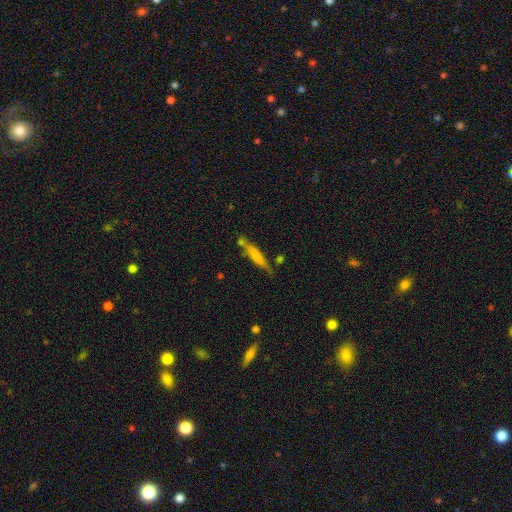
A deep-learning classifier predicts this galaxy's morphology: smooth_or_featured: smooth (p=0.61) [alt: featured or disk p=0.33]
how_rounded: cigar-shaped (p=0.89) [alt: in between p=0.10]
merging: none (p=0.67) [alt: minor disturbance p=0.19]